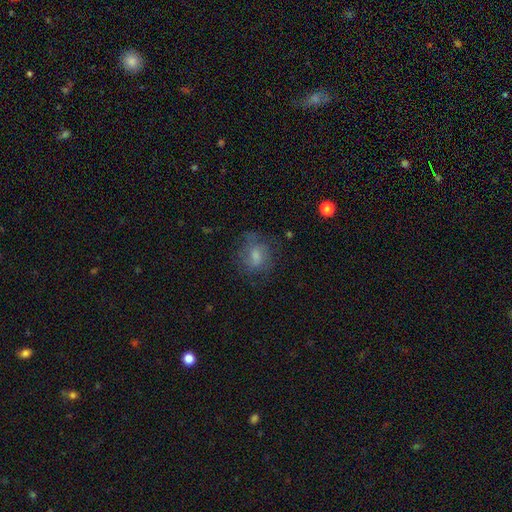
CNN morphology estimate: This is possibly a smooth galaxy (59%). How rounded: possibly round (51%). Merging: possibly none (59%).